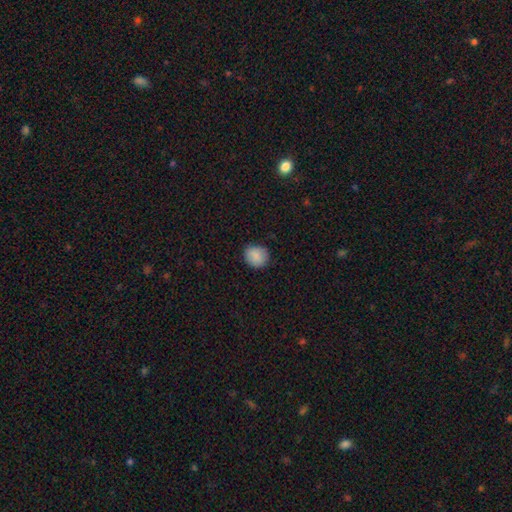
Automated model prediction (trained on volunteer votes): smooth-or-featured: smooth: 88% | star or artifact: 8% | featured or disk: 4%
  how-rounded: round: 82% | in between: 17% | cigar-shaped: 1%
  merging: none: 86% | minor disturbance: 11% | major disturbance: 2% | merger: 1%